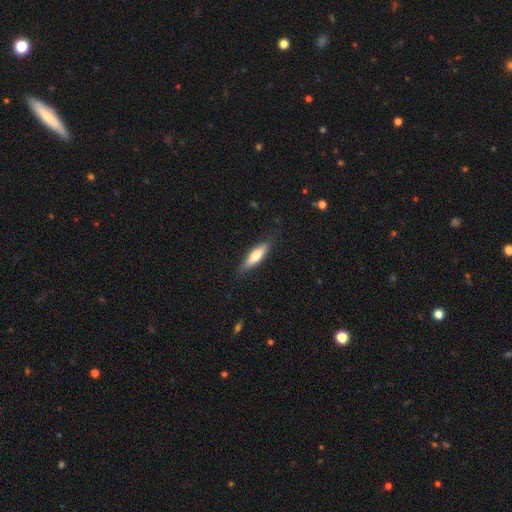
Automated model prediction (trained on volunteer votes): Smooth or featured: smooth — 66% (featured or disk — 29%)
How rounded: cigar-shaped — 64% (in between — 35%)
Merging: none — 82% (minor disturbance — 14%)